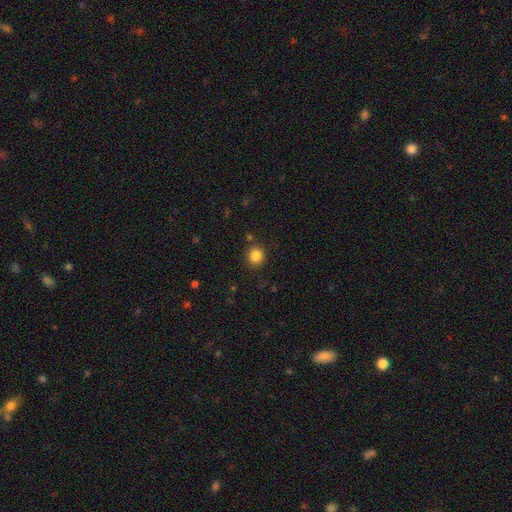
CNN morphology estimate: This is clearly a smooth galaxy (84%). How rounded: clearly round (88%). Merging: clearly none (87%).